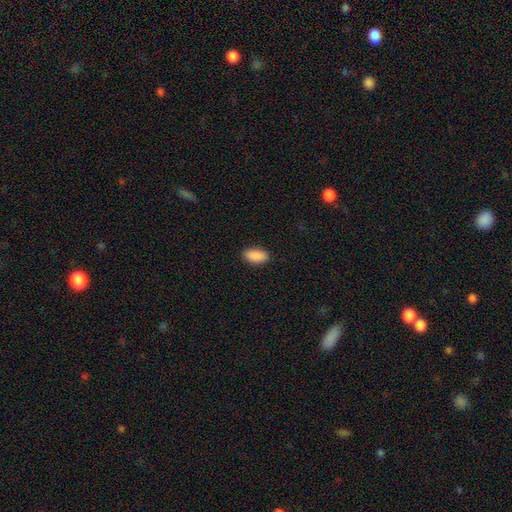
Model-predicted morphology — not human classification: smooth 91%, star or artifact 6%, featured or disk 3%. Down the decision tree: how rounded — in between (94%); merging — none (90%).